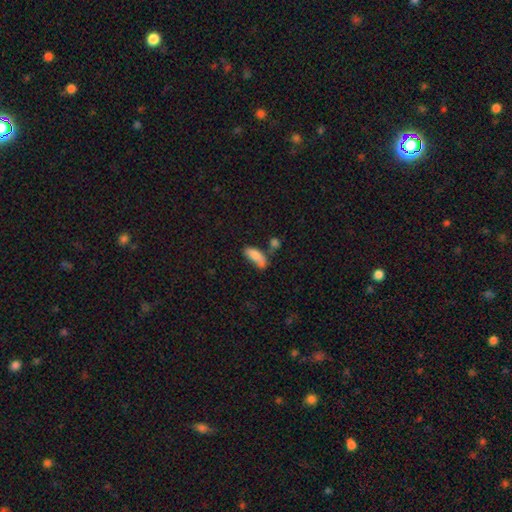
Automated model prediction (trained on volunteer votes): smooth 80%, featured or disk 11%, star or artifact 8%. Down the decision tree: how rounded — in between (78%); merging — none (40%).